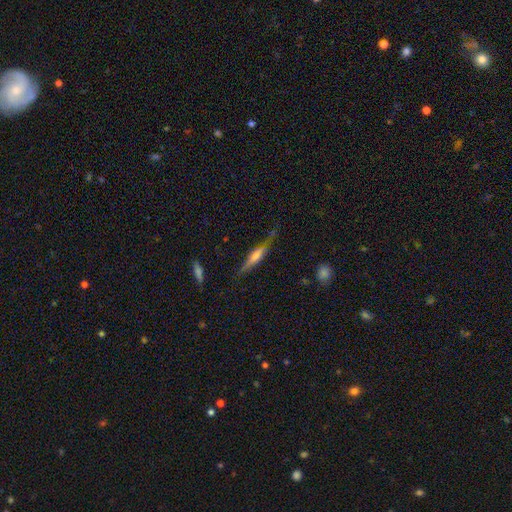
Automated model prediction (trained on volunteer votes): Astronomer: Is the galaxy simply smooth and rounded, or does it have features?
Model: featured or disk — 67%.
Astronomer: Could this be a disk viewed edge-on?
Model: yes — 95%.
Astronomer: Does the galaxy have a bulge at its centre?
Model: rounded — 66%.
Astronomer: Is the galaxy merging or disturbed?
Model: none — 74%.